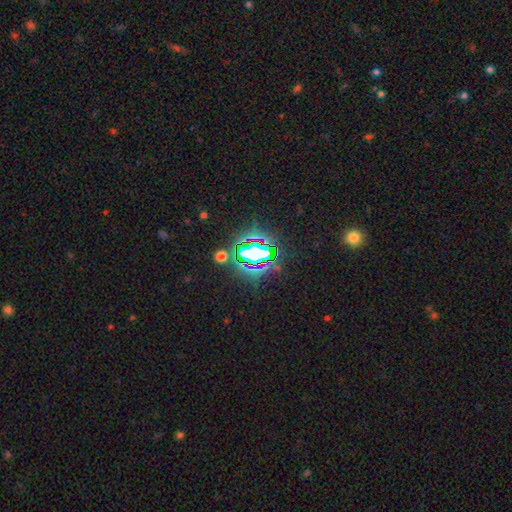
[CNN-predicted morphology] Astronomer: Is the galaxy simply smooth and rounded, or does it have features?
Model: star or artifact — 71%.